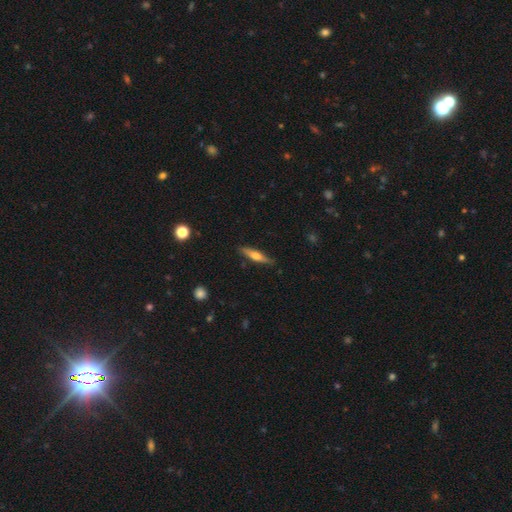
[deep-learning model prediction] Overall: featured or disk (48%; smooth 46%). Merging: none (86%).